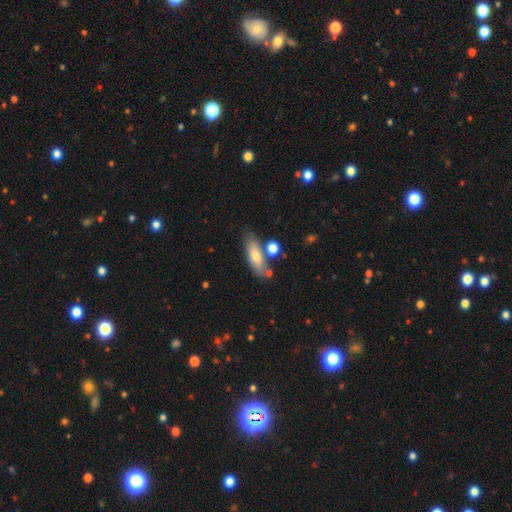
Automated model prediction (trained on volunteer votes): smooth-or-featured: smooth: 73% | featured or disk: 20% | star or artifact: 7%
  how-rounded: in between: 60% | cigar-shaped: 36% | round: 3%
  merging: none: 68% | minor disturbance: 15% | merger: 13% | major disturbance: 4%